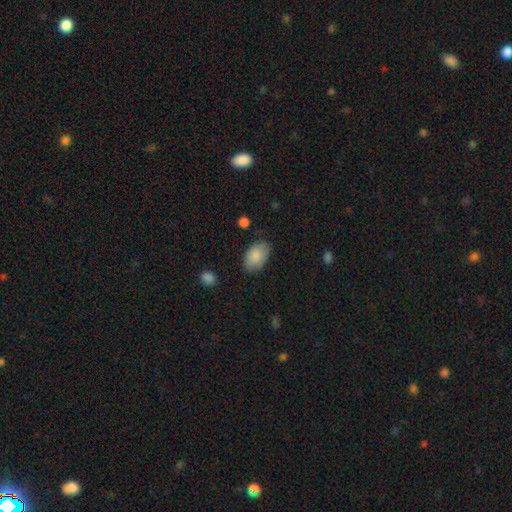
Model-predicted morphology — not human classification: Smooth or featured? Predicted: smooth (p=0.87). How rounded? Predicted: in between (p=0.92). Merging? Predicted: none (p=0.78).